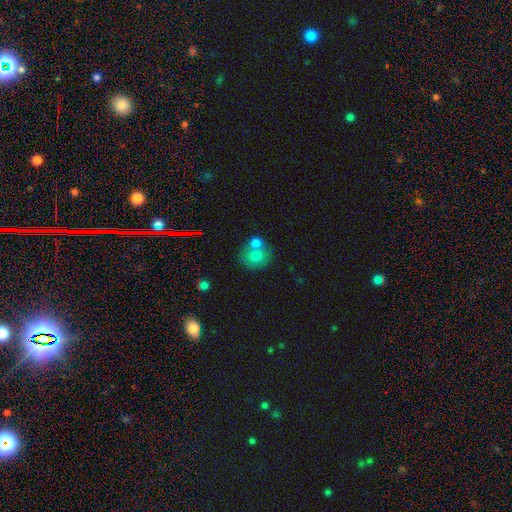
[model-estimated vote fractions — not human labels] Smooth or featured: smooth — 71% (featured or disk — 19%)
How rounded: round — 77% (in between — 22%)
Merging: merger — 47% (none — 41%)